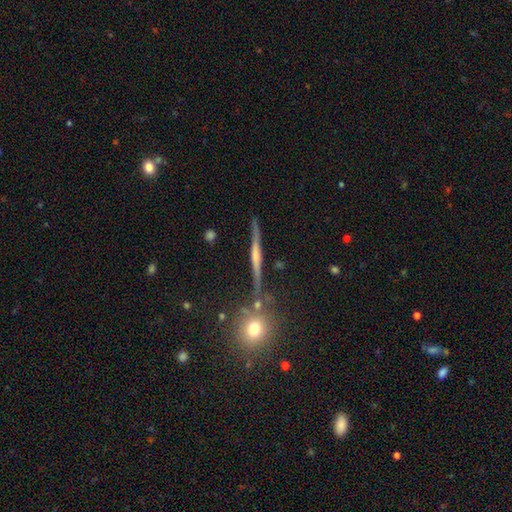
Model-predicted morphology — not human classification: Q: Smooth or featured?
A: featured or disk (71%); runner-up: smooth (19%)
Q: Edge-on disk?
A: yes (97%); runner-up: no (3%)
Q: Edge-on bulge?
A: rounded (50%); runner-up: none (34%)
Q: Merging?
A: none (86%); runner-up: minor disturbance (8%)